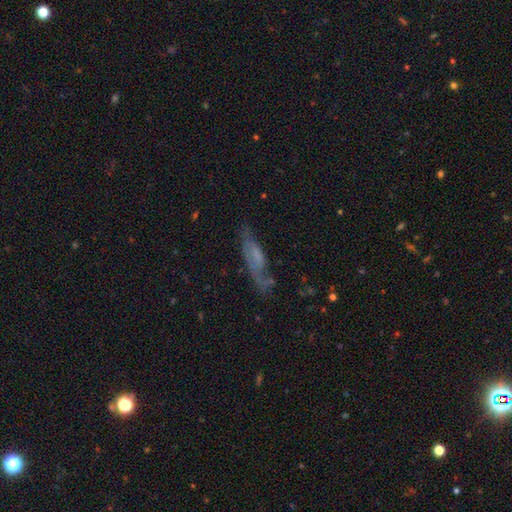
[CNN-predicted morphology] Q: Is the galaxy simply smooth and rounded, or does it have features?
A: featured or disk — 57%.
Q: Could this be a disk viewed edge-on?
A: no — 72%.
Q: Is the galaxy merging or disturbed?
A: none — 51%.